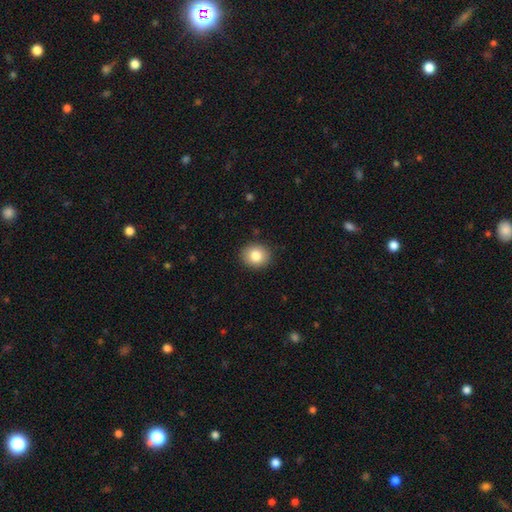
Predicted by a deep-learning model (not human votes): Q: Smooth or featured?
A: smooth (83%); runner-up: star or artifact (9%)
Q: How rounded?
A: round (72%); runner-up: in between (27%)
Q: Merging?
A: none (90%); runner-up: minor disturbance (7%)